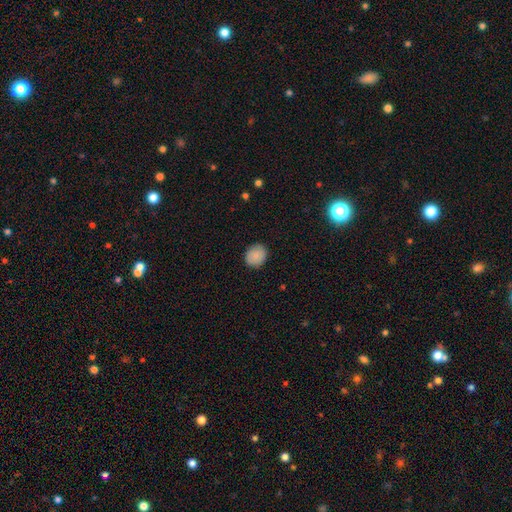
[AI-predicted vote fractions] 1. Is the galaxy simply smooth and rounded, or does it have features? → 88% smooth, 8% star or artifact, 4% featured or disk.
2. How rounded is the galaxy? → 68% round, 31% in between, 1% cigar-shaped.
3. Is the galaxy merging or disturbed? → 88% none, 9% minor disturbance, 2% major disturbance, 1% merger.